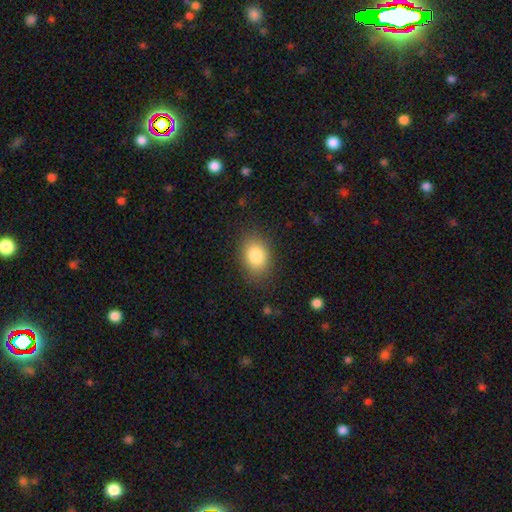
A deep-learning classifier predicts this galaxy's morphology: smooth_or_featured: smooth (p=0.83) [alt: star or artifact p=0.09]
how_rounded: in between (p=0.73) [alt: round p=0.26]
merging: none (p=0.84) [alt: minor disturbance p=0.11]